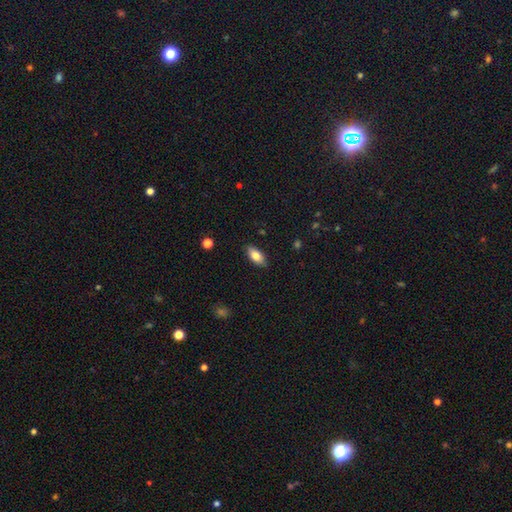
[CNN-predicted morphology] This appears to be a smooth galaxy with no disk features (81%) that is in between round and cigar-shaped (89%). Merging: none (87%).